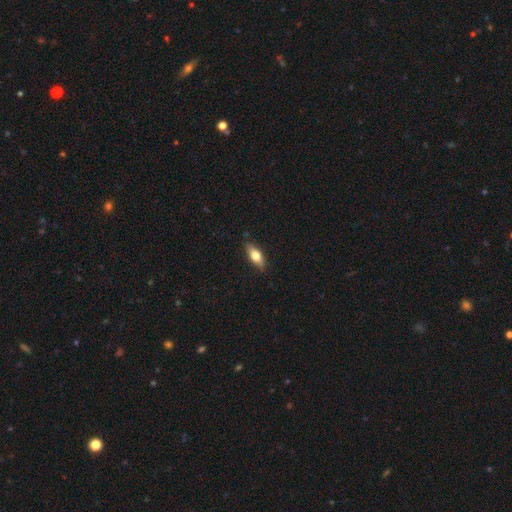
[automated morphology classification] Q: Smooth or featured?
A: smooth (67%); runner-up: featured or disk (27%)
Q: How rounded?
A: in between (72%); runner-up: cigar-shaped (24%)
Q: Merging?
A: none (84%); runner-up: minor disturbance (12%)